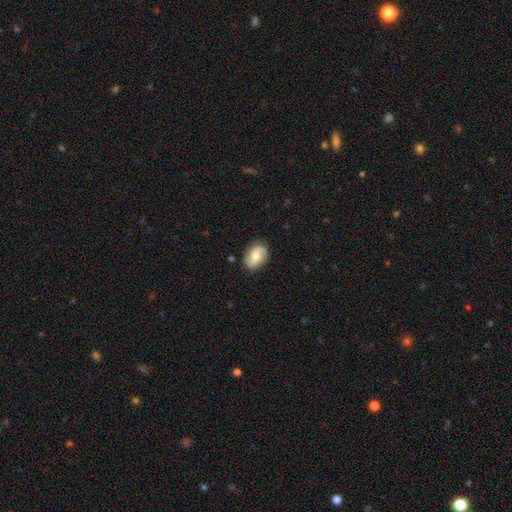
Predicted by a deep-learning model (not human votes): Smooth or featured? featured or disk (56%)
Edge-on disk? no (96%)
Bar? no (42%, tied with weak)
Spiral arms? yes (89%)
Bulge size? moderate (56%)
Merging? none (82%)